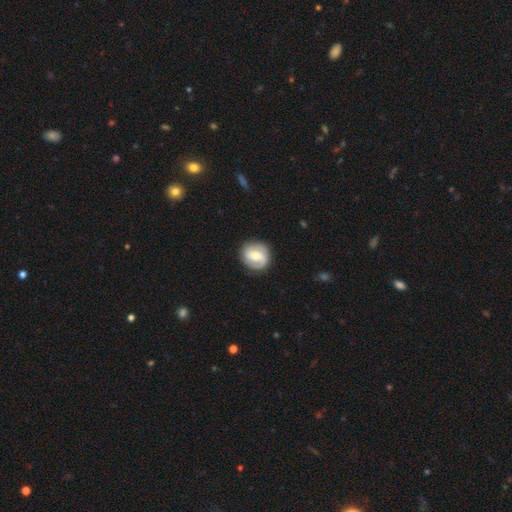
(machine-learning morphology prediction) smooth_or_featured: featured or disk (p=0.61) [alt: smooth p=0.33]
disk_edge_on: no (p=0.97) [alt: yes p=0.03]
bar: weak (p=0.45) [alt: no p=0.33]
has_spiral_arms: yes (p=0.83) [alt: no p=0.17]
bulge_size: moderate (p=0.64) [alt: small p=0.29]
merging: none (p=0.83) [alt: minor disturbance p=0.12]